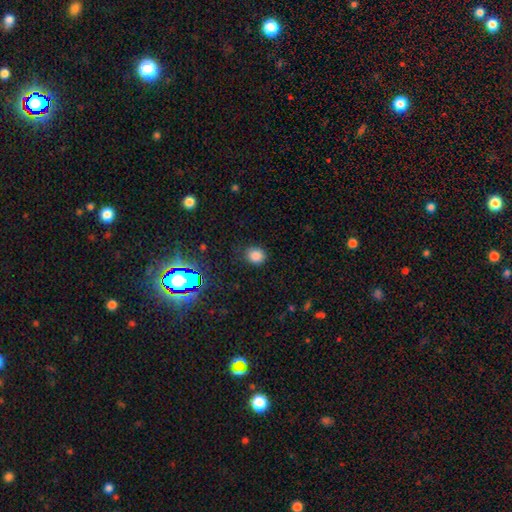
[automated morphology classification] Smooth or featured?
  - smooth: 81% *
  - star or artifact: 15%
  - featured or disk: 4%
How rounded?
  - round: 73% *
  - in between: 26%
  - cigar-shaped: 1%
Merging?
  - none: 84% *
  - minor disturbance: 11%
  - major disturbance: 3%
  - merger: 1%